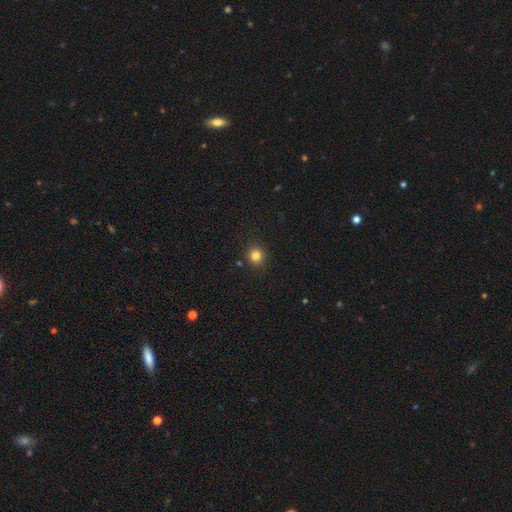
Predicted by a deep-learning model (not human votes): This is clearly a smooth galaxy (82%). How rounded: clearly round (89%). Merging: clearly none (89%).